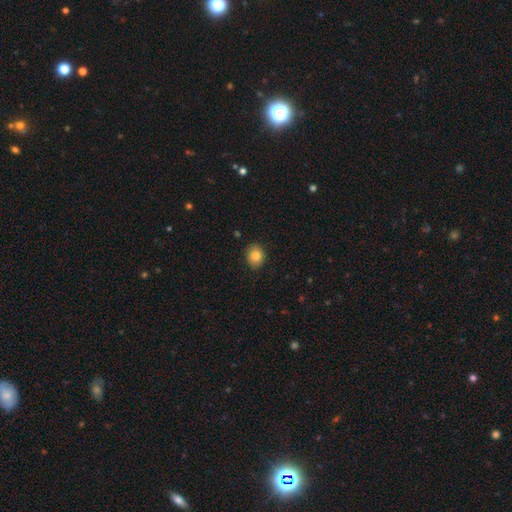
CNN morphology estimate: This is clearly a smooth galaxy (83%). How rounded: possibly round (59%). Merging: clearly none (87%).